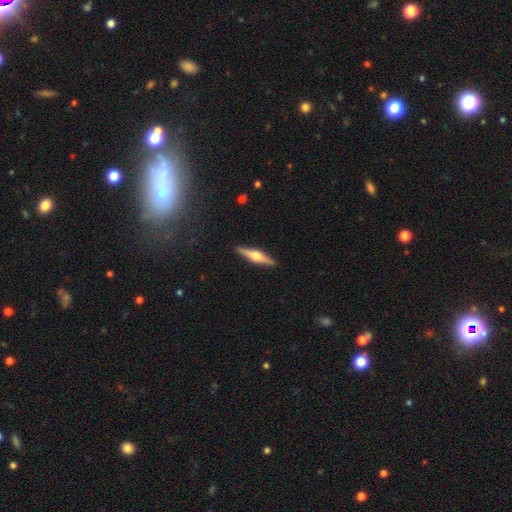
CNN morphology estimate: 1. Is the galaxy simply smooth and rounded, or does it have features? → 67% featured or disk, 27% smooth, 5% star or artifact.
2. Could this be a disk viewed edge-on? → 97% yes, 3% no.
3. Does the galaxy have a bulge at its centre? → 91% rounded, 7% boxy, 3% none.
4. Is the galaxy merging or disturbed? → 91% none, 7% minor disturbance, 2% major disturbance, 1% merger.